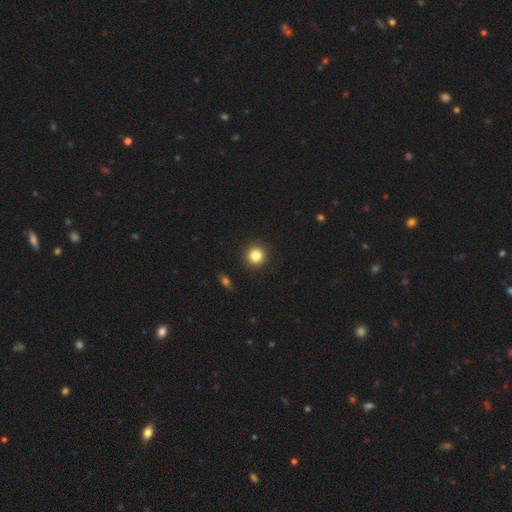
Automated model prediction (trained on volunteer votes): This appears to be a smooth galaxy with no disk features (83%) that is round (95%). Merging: none (92%).